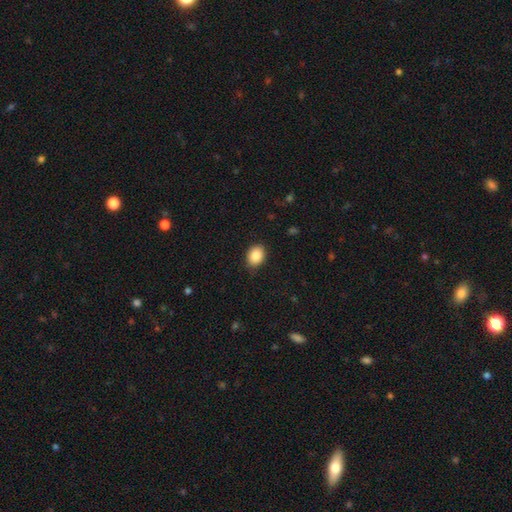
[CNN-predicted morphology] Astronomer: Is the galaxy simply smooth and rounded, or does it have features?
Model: smooth — 88%.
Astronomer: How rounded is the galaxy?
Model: in between — 64%.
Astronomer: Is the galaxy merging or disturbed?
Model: none — 85%.